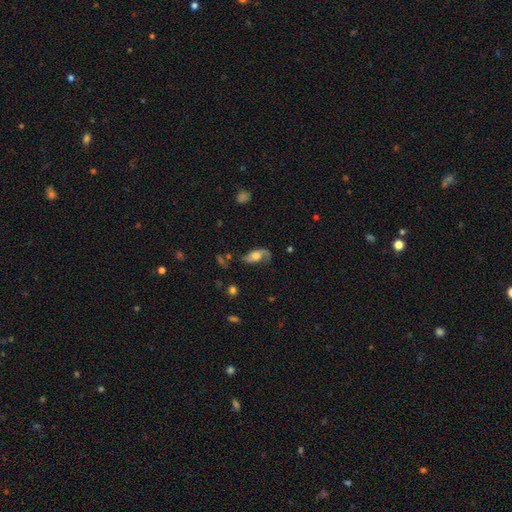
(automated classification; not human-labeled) featured or disk 58%, smooth 34%, star or artifact 8%. Down the decision tree: edge-on disk — no (91%); bar — no (70%); spiral arms — yes (84%); bulge size — moderate (50%); merging — none (48%).